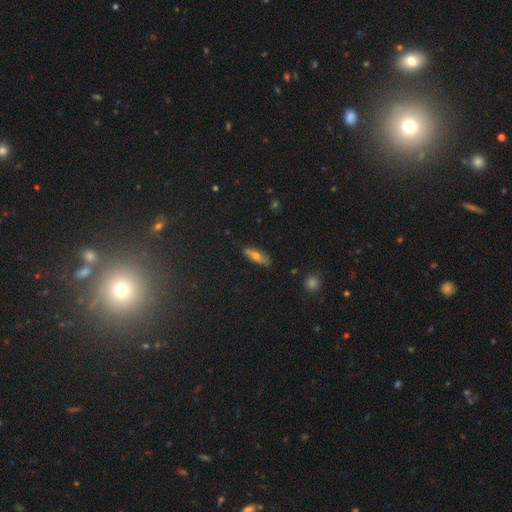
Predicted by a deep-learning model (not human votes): Overall: smooth (62%; featured or disk 27%). How rounded: cigar-shaped (49%; in between 48%). Merging: none (84%).